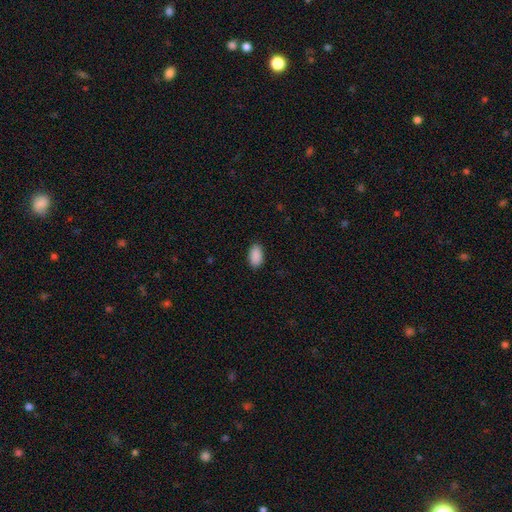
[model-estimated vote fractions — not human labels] Smooth or featured? Predicted: smooth (p=0.91). How rounded? Predicted: in between (p=0.94). Merging? Predicted: none (p=0.88).